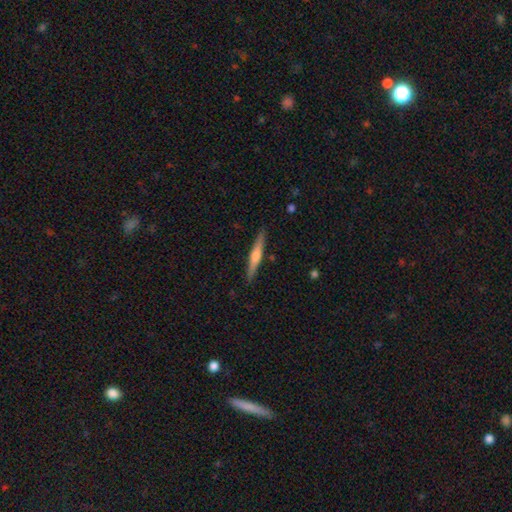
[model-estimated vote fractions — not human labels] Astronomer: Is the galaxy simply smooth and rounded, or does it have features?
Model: featured or disk — 58% (runner-up: smooth, 37%).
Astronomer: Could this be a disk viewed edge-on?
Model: yes — 97%.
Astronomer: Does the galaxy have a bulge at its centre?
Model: rounded — 77%.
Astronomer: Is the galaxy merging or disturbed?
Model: none — 90%.